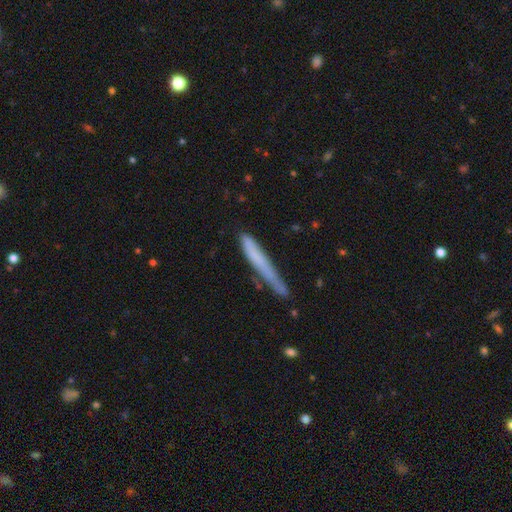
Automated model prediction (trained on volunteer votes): A smooth galaxy with no disk features (61%) that is cigar-shaped (96%). Merging: none (67%).